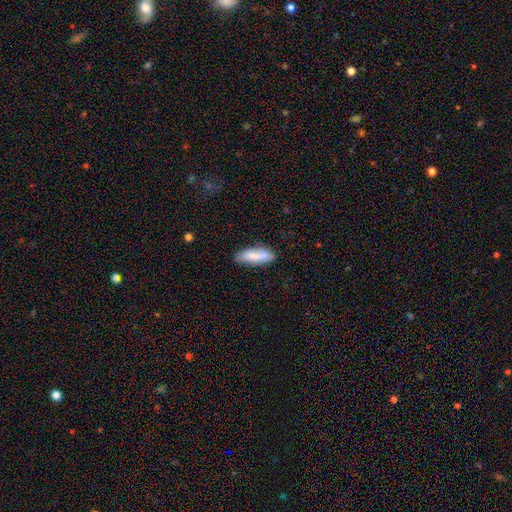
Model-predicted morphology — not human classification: type=smooth (81%); roundness=in between (60%); merging=none (76%).